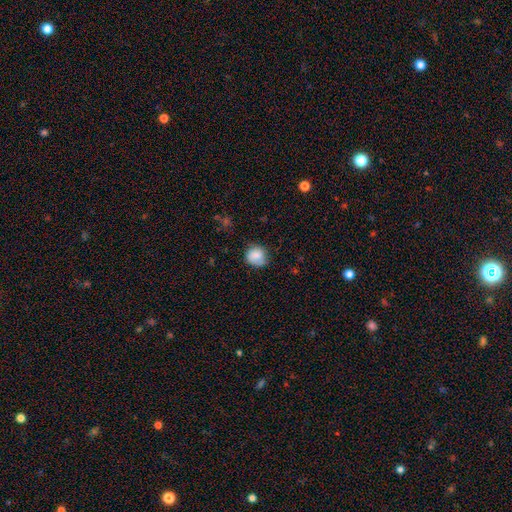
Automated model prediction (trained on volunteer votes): Smooth or featured: smooth — 82% (featured or disk — 9%)
How rounded: round — 80% (in between — 19%)
Merging: none — 67% (minor disturbance — 25%)